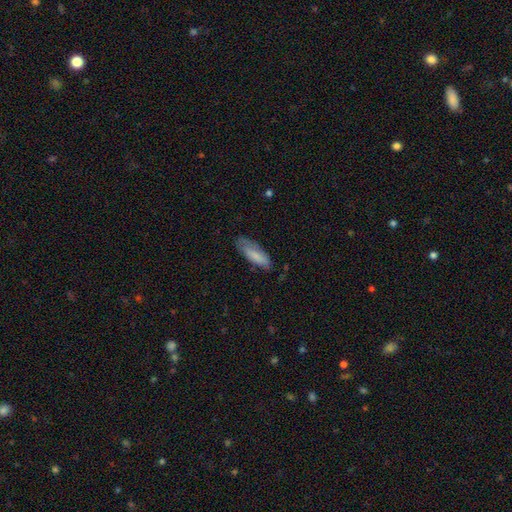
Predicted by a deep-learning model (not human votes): Morphology: type=smooth (77%); roundness=in between (60%); merging=none (66%).